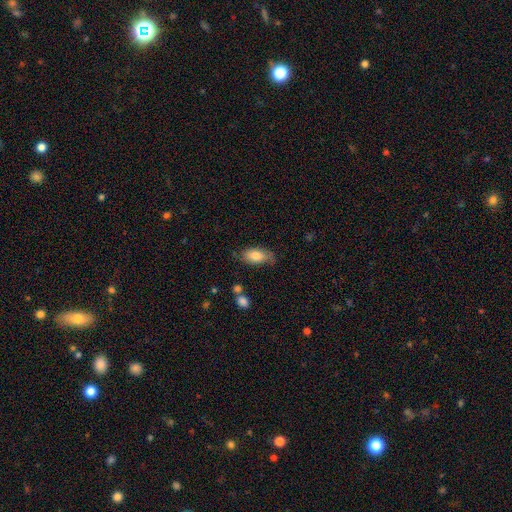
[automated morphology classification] Smooth or featured? smooth (79%)
How rounded? in between (91%)
Merging? none (67%)